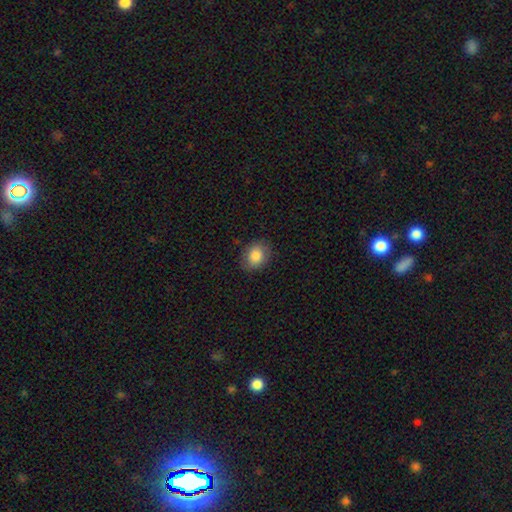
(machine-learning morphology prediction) type=smooth (84%); roundness=round (50%); merging=none (84%).